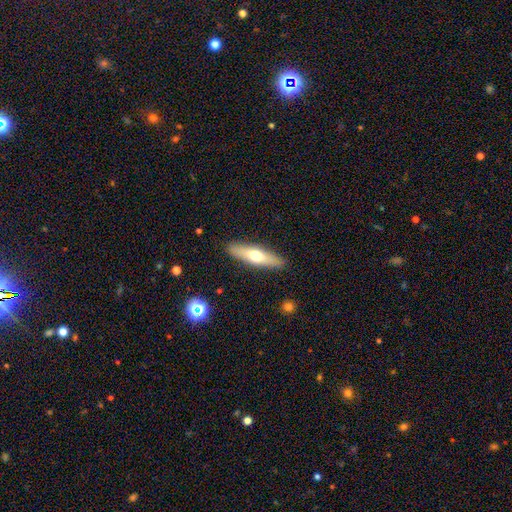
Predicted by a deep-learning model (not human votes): Smooth or featured? Predicted: smooth (p=0.54). How rounded? Predicted: cigar-shaped (p=0.73). Merging? Predicted: none (p=0.90).